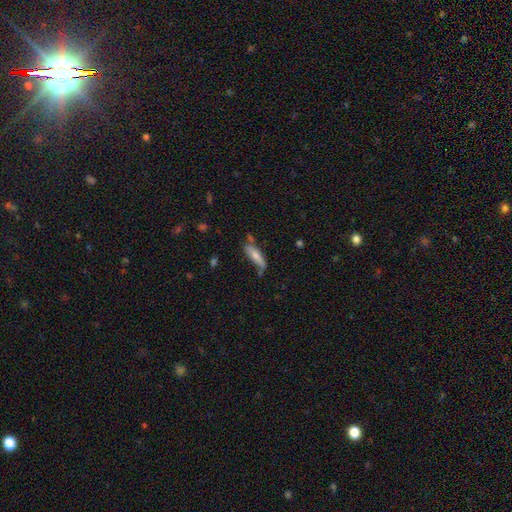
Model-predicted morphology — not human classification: Smooth or featured?
  - smooth: 67% *
  - featured or disk: 26%
  - star or artifact: 7%
How rounded?
  - cigar-shaped: 61% *
  - in between: 37%
  - round: 2%
Merging?
  - none: 50% *
  - minor disturbance: 27%
  - merger: 12%
  - major disturbance: 10%